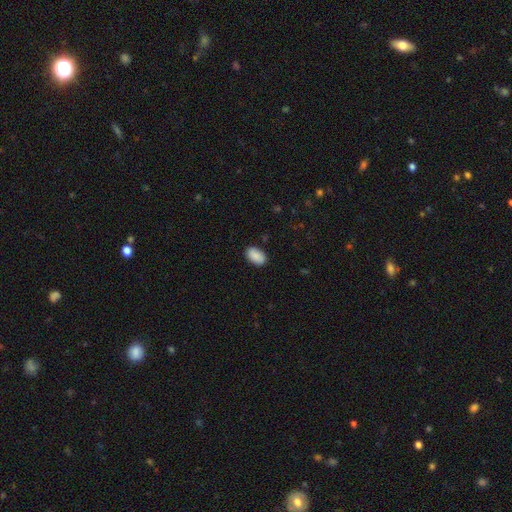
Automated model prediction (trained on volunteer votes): A smooth galaxy with no disk features (90%) that is in between round and cigar-shaped (92%). Merging: none (87%).